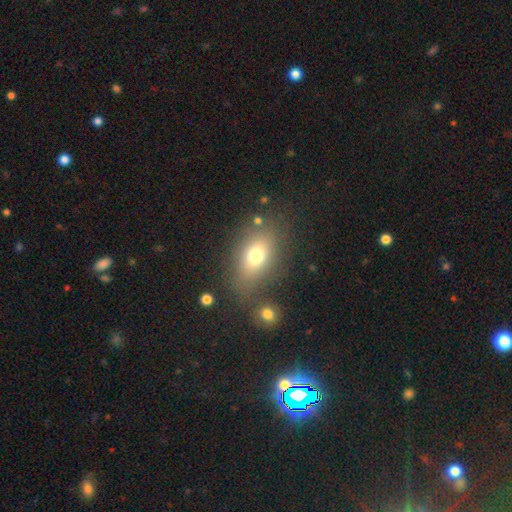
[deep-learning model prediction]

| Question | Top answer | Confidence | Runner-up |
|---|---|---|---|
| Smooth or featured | smooth | 72% | featured or disk (16%) |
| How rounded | in between | 77% | round (19%) |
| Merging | none | 72% | minor disturbance (13%) |